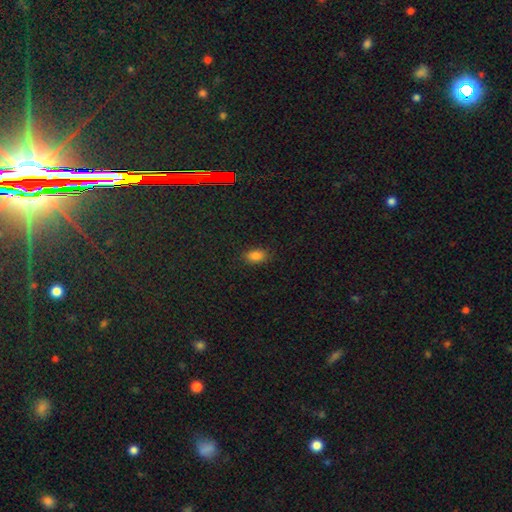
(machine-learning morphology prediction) type=smooth (83%); roundness=in between (87%); merging=none (85%).